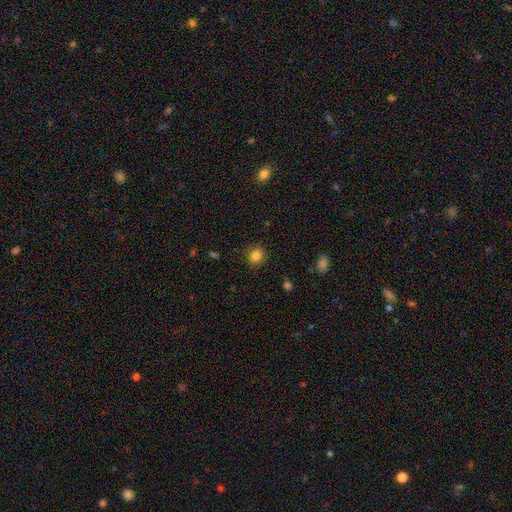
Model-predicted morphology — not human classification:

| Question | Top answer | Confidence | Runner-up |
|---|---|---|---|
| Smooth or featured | smooth | 83% | star or artifact (11%) |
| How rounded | round | 86% | in between (13%) |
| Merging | none | 88% | minor disturbance (9%) |